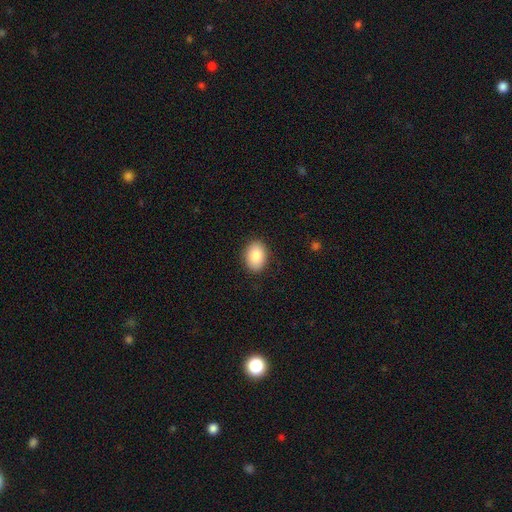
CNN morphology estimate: Overall: smooth (88%). How rounded: in between (78%). Merging: none (89%).